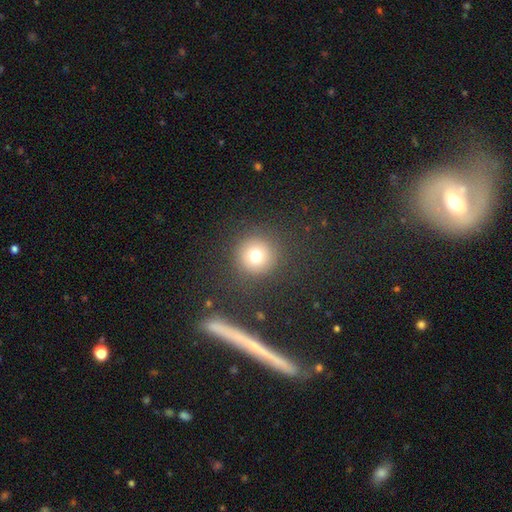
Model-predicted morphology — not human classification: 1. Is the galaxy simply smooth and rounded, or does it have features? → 73% smooth, 16% star or artifact, 11% featured or disk.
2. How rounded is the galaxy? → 95% round, 4% in between, 1% cigar-shaped.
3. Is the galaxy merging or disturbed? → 87% none, 7% minor disturbance, 4% major disturbance, 2% merger.